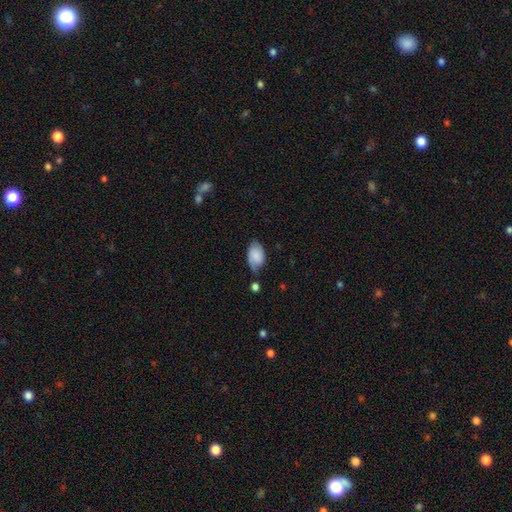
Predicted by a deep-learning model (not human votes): Smooth or featured?
  - smooth: 69% *
  - featured or disk: 23%
  - star or artifact: 8%
How rounded?
  - in between: 90% *
  - round: 8%
  - cigar-shaped: 1%
Merging?
  - none: 47% *
  - minor disturbance: 34%
  - major disturbance: 13%
  - merger: 6%